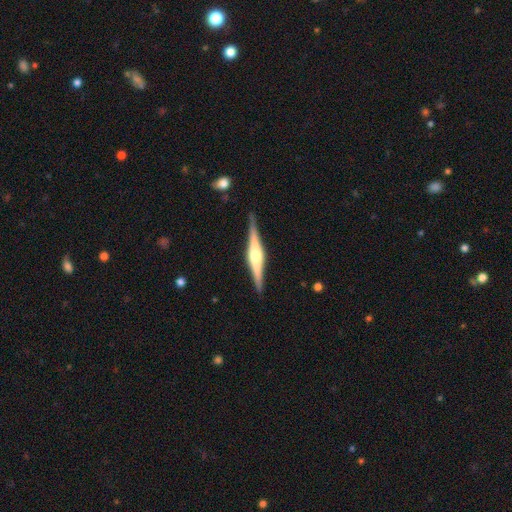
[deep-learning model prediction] Q: Smooth or featured?
A: featured or disk (83%); runner-up: smooth (12%)
Q: Edge-on disk?
A: yes (98%); runner-up: no (2%)
Q: Edge-on bulge?
A: rounded (85%); runner-up: boxy (12%)
Q: Merging?
A: none (89%); runner-up: minor disturbance (8%)